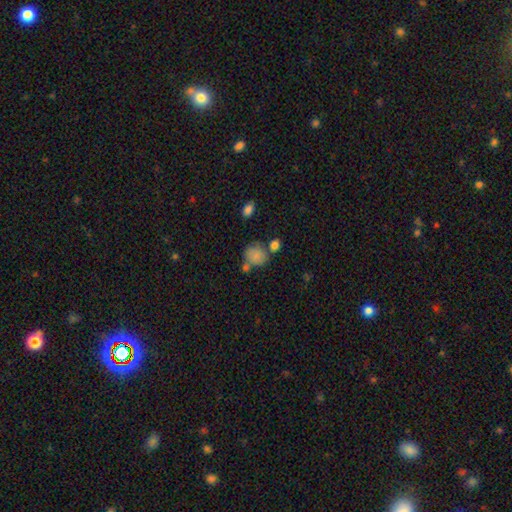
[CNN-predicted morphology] Q: Smooth or featured?
A: smooth (81%); runner-up: star or artifact (10%)
Q: How rounded?
A: round (68%); runner-up: in between (31%)
Q: Merging?
A: none (51%); runner-up: merger (24%)